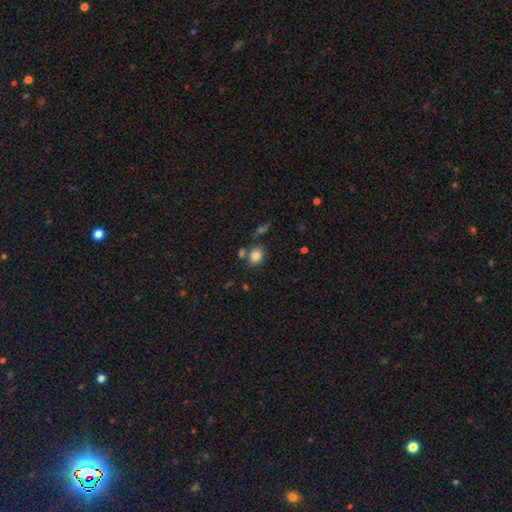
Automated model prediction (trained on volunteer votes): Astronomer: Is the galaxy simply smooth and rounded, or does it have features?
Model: smooth — 82%.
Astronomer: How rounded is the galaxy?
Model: round — 50% (runner-up: in between, 49%).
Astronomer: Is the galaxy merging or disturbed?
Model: none — 72%.